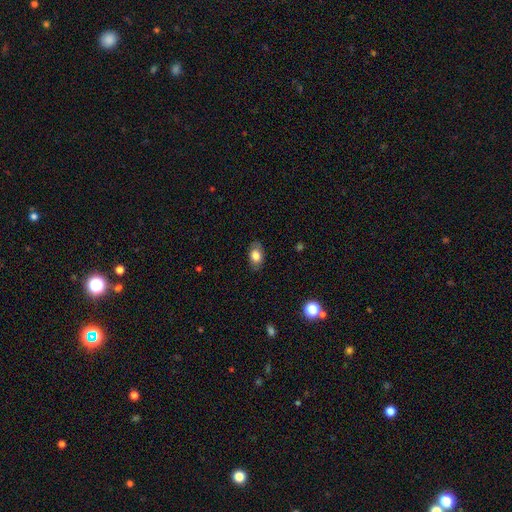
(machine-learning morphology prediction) type=smooth (76%); roundness=in between (88%); merging=none (81%).